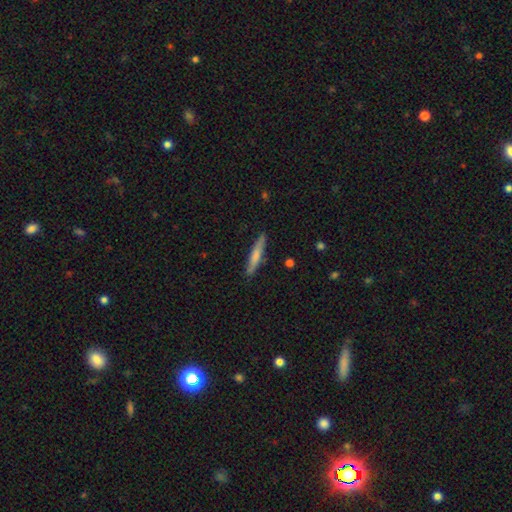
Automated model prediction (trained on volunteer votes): Smooth or featured?
  - smooth: 66% *
  - featured or disk: 28%
  - star or artifact: 5%
How rounded?
  - cigar-shaped: 93% *
  - in between: 6%
  - round: 1%
Merging?
  - none: 88% *
  - minor disturbance: 9%
  - major disturbance: 2%
  - merger: 1%